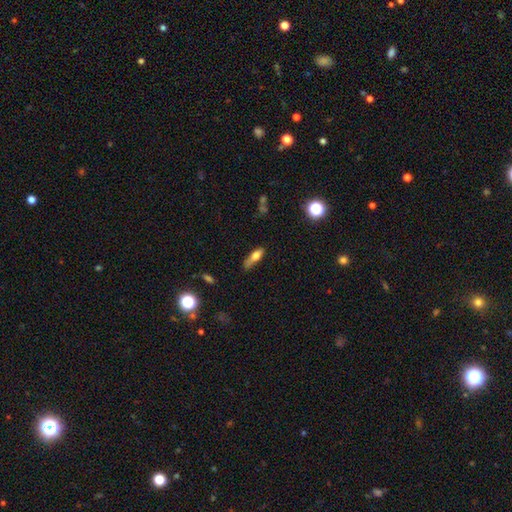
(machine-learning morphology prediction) type=smooth (66%); roundness=in between (52%); merging=none (48%).